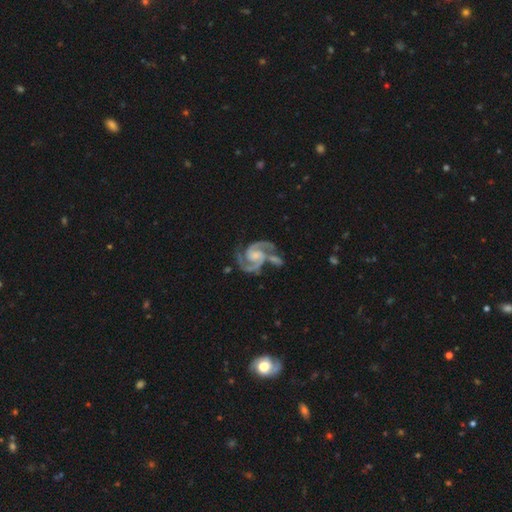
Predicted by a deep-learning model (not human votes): Smooth or featured?
  - featured or disk: 93% *
  - star or artifact: 4%
  - smooth: 3%
Edge-on disk?
  - no: 98% *
  - yes: 2%
Bar?
  - no: 48% *
  - weak: 39%
  - strong: 13%
Spiral arms?
  - yes: 98% *
  - no: 2%
Spiral winding?
  - medium: 58% *
  - tight: 30%
  - loose: 11%
Spiral arm count?
  - 2: 91% *
  - 3: 4%
  - can't tell: 2%
  - 1: 1%
  - 4: 1%
  - more than 4: 1%
Bulge size?
  - small: 35% *
  - moderate: 32%
  - none: 25%
  - large: 6%
  - dominant: 1%
Merging?
  - none: 48% *
  - merger: 23%
  - minor disturbance: 18%
  - major disturbance: 10%